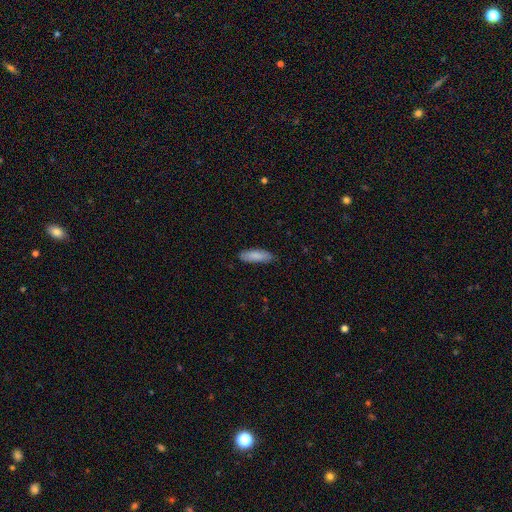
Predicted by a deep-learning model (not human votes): Smooth or featured? Predicted: smooth (p=0.85). How rounded? Predicted: in between (p=0.52). Merging? Predicted: none (p=0.84).